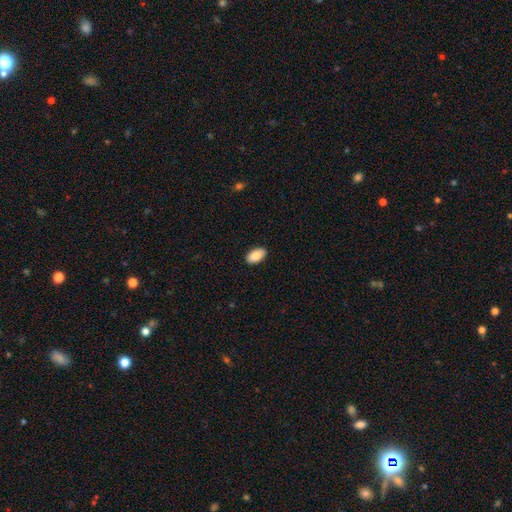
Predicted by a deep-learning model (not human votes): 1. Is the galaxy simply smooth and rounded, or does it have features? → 87% smooth, 7% featured or disk, 7% star or artifact.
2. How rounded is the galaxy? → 95% in between, 4% round, 2% cigar-shaped.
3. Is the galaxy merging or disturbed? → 89% none, 8% minor disturbance, 2% major disturbance, 1% merger.